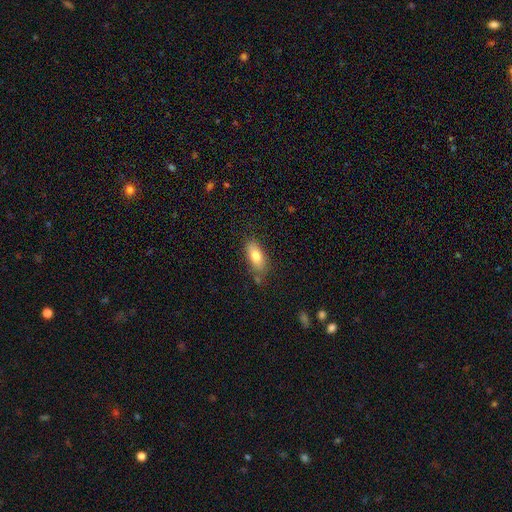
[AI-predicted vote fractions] The model was most divided on "merging": none: 76%, minor disturbance: 16%, merger: 4%, major disturbance: 4%. More confident: how rounded — in between (83%); smooth or featured — smooth (79%).